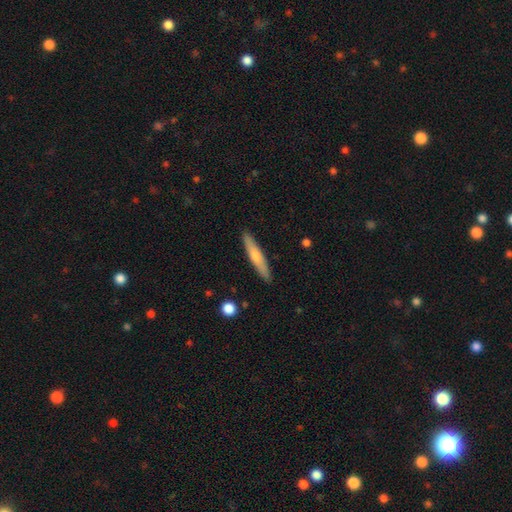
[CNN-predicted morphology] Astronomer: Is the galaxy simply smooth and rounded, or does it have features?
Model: smooth — 60%.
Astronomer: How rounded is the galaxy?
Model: cigar-shaped — 91%.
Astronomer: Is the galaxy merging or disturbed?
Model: none — 90%.